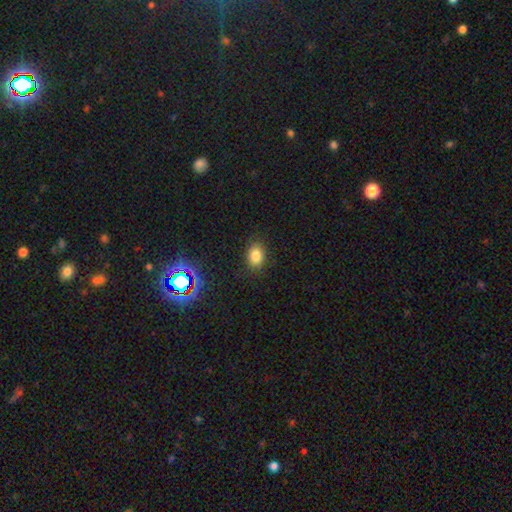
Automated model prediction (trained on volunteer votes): A smooth galaxy with no disk features (81%) that is in between round and cigar-shaped (75%).

Vote fractions:
- Smooth or featured? smooth: 81% / star or artifact: 13% / featured or disk: 6%
- How rounded? in between: 75% / round: 24% / cigar-shaped: 1%
- Merging? none: 86% / minor disturbance: 10% / major disturbance: 3% / merger: 1%